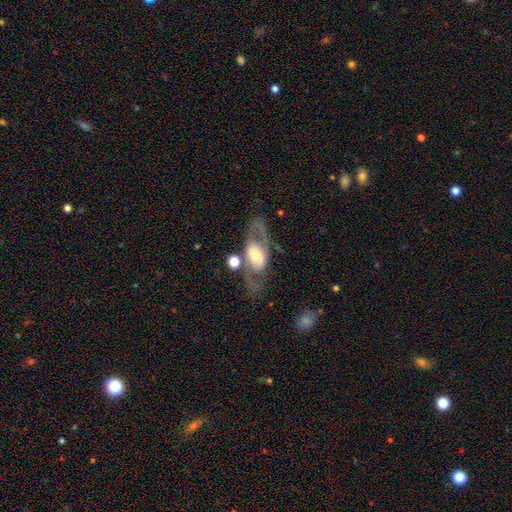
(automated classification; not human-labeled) featured or disk 74%, smooth 19%, star or artifact 6%. Down the decision tree: edge-on disk — no (90%); bar — no (55%); spiral arms — yes (70%); bulge size — moderate (50%); merging — none (64%).